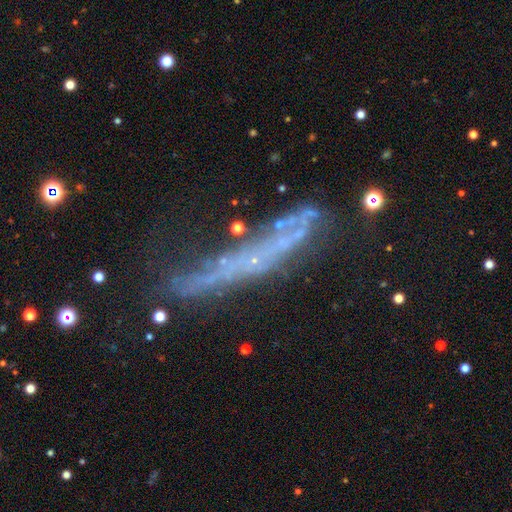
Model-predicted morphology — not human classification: type=featured or disk (50%); merging=none (47%).